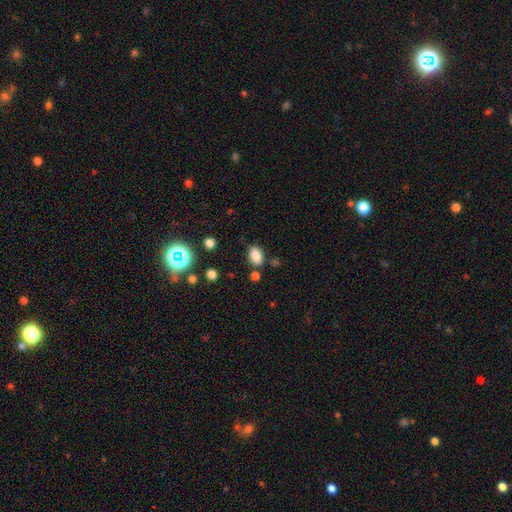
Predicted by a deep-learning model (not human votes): smooth-or-featured: smooth: 83% | star or artifact: 12% | featured or disk: 5%
  how-rounded: in between: 86% | round: 12% | cigar-shaped: 2%
  merging: none: 78% | minor disturbance: 13% | merger: 5% | major disturbance: 3%